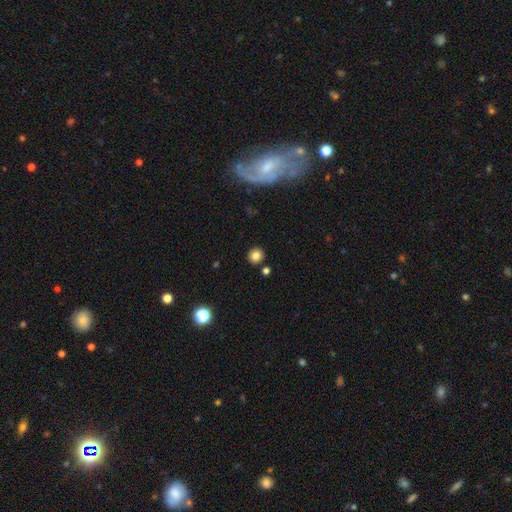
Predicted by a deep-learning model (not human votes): smooth-or-featured: smooth: 82% | star or artifact: 11% | featured or disk: 7%
  how-rounded: round: 91% | in between: 8% | cigar-shaped: 1%
  merging: none: 89% | minor disturbance: 6% | merger: 4% | major disturbance: 2%